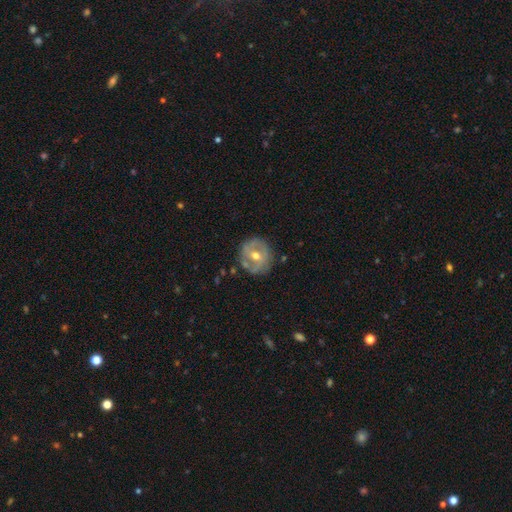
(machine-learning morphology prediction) The model was most divided on "bar": weak: 42%, no: 40%, strong: 18%. More confident: edge-on disk — no (96%); merging — none (76%); bulge size — moderate (72%); smooth or featured — featured or disk (65%); spiral arms — yes (60%).